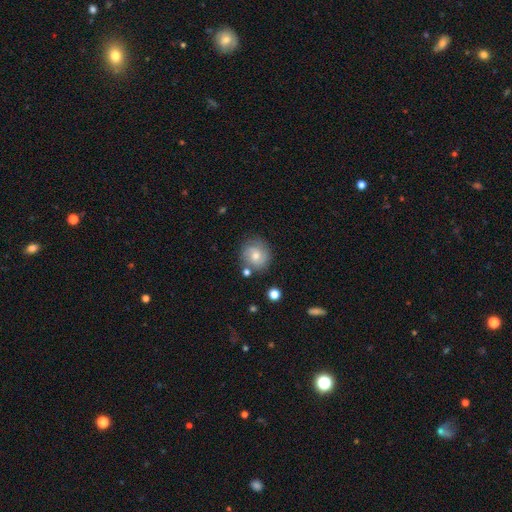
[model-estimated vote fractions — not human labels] Smooth or featured?
  - smooth: 50% *
  - featured or disk: 39%
  - star or artifact: 10%
How rounded?
  - round: 85% *
  - in between: 14%
  - cigar-shaped: 1%
Merging?
  - none: 76% *
  - minor disturbance: 15%
  - merger: 5%
  - major disturbance: 4%